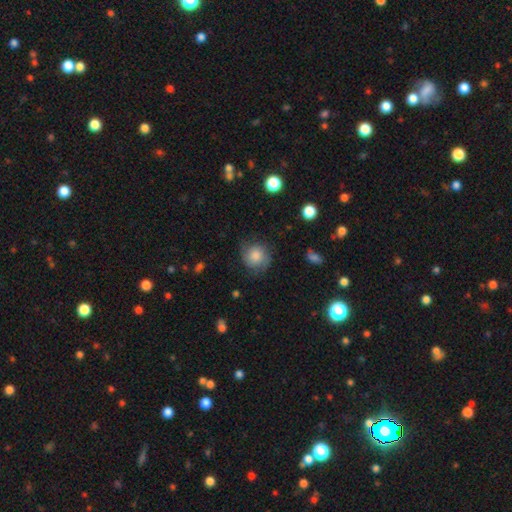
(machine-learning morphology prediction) Smooth or featured? smooth (62%)
How rounded? round (85%)
Merging? none (70%)